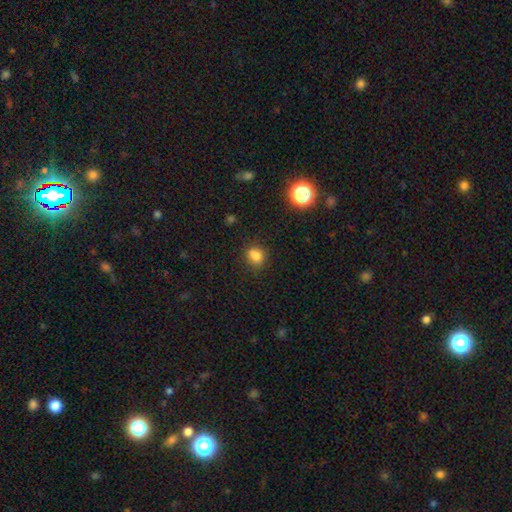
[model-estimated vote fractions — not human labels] smooth_or_featured: smooth (p=0.77) [alt: star or artifact p=0.14]
how_rounded: round (p=0.64) [alt: in between p=0.35]
merging: none (p=0.59) [alt: merger p=0.19]